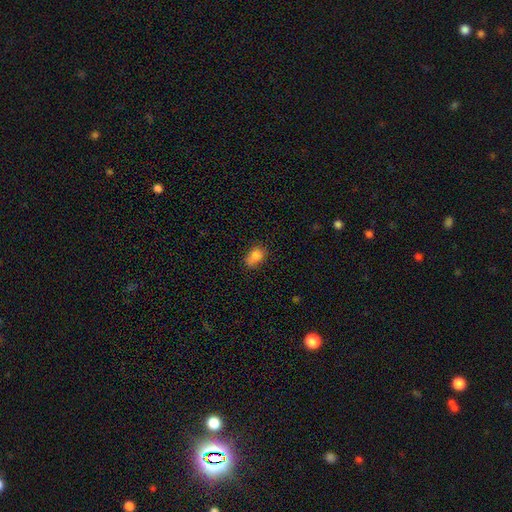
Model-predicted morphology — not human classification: A smooth galaxy with no disk features (82%) that is in between round and cigar-shaped (72%).

Vote fractions:
- Smooth or featured? smooth: 82% / star or artifact: 10% / featured or disk: 7%
- How rounded? in between: 72% / round: 26% / cigar-shaped: 2%
- Merging? none: 59% / minor disturbance: 30% / major disturbance: 7% / merger: 5%